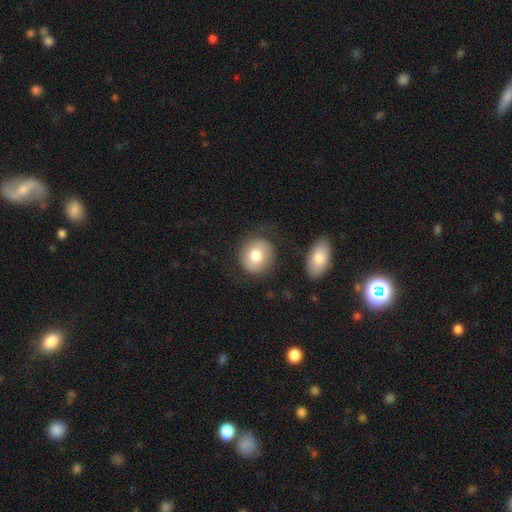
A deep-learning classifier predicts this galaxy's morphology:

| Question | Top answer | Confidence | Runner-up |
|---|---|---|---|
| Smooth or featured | smooth | 77% | featured or disk (16%) |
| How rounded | round | 85% | in between (14%) |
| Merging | none | 78% | minor disturbance (12%) |